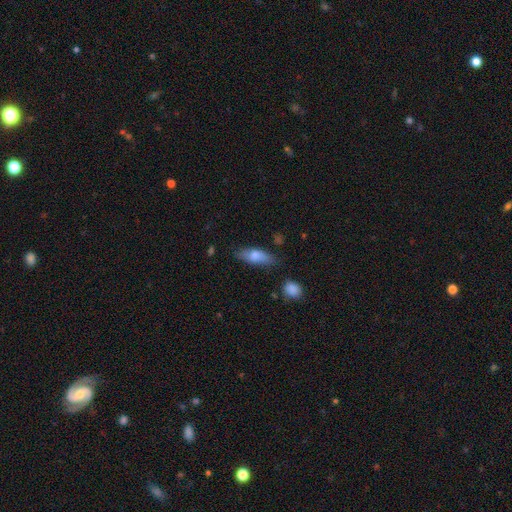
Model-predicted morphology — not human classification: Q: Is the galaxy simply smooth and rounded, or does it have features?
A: smooth — 73%.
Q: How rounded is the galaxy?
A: in between — 62%.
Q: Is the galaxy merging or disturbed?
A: none — 73%.